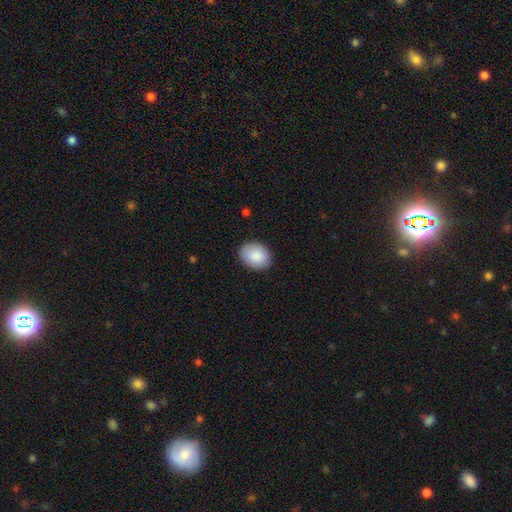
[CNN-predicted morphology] A smooth galaxy with no disk features (89%) that is in between round and cigar-shaped (64%). Merging: none (87%).